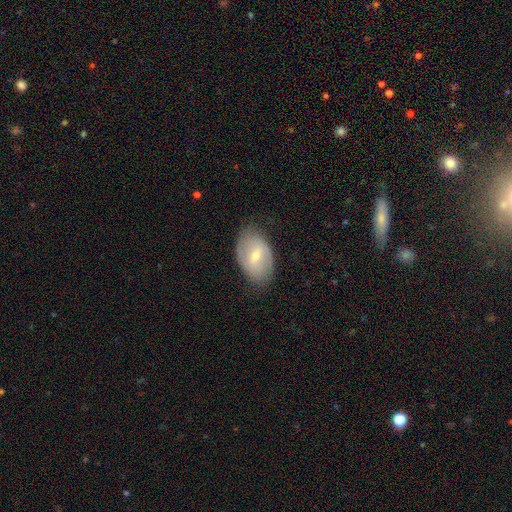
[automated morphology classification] featured or disk 54%, smooth 39%, star or artifact 7%. Down the decision tree: edge-on disk — no (93%); bar — weak (49%); spiral arms — yes (58%); bulge size — small (62%); merging — none (75%).